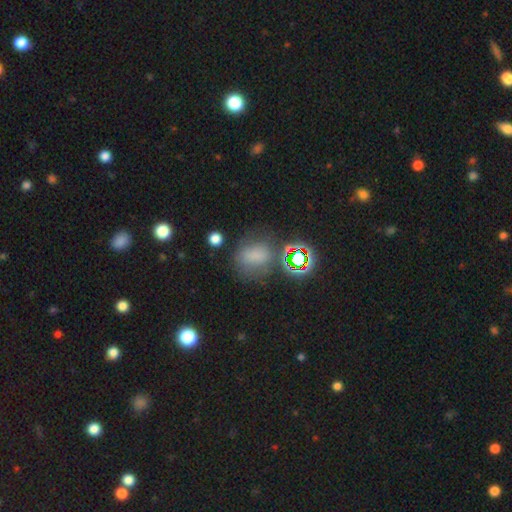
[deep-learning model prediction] Morphology: type=smooth (63%); roundness=in between (53%); merging=none (59%).